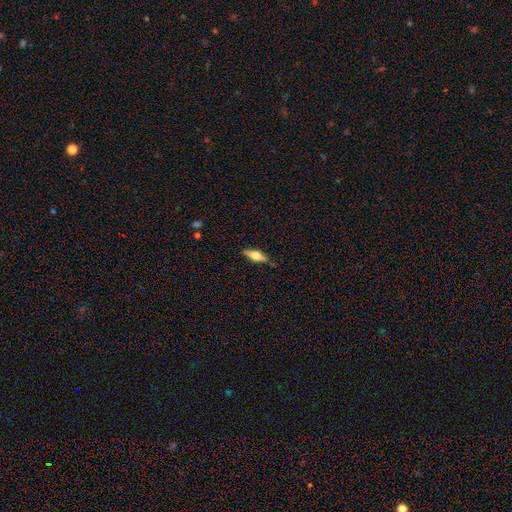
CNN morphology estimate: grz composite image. It shows a smooth galaxy with no disk features (51%) that is in between round and cigar-shaped (51%). Merging: none (81%).